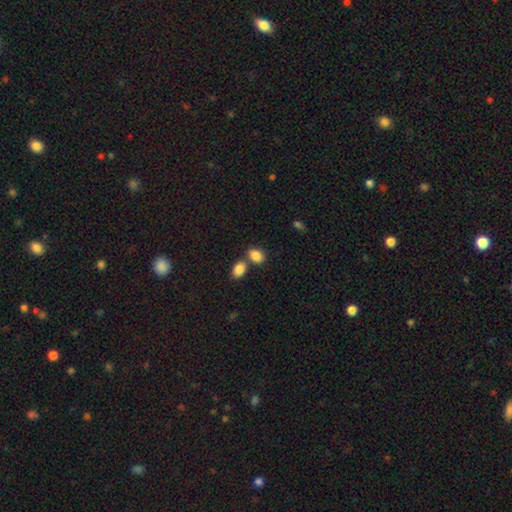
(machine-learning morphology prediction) type=smooth (86%); roundness=in between (80%); merging=none (51%).